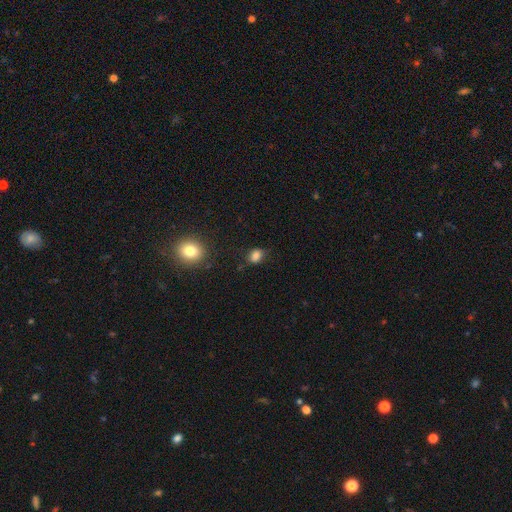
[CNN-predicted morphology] Smooth or featured? smooth (82%)
How rounded? in between (56%)
Merging? none (67%)